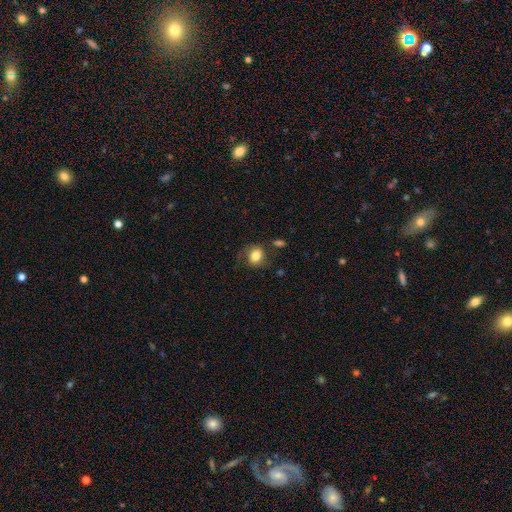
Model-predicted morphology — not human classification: smooth_or_featured: smooth (p=0.77) [alt: featured or disk p=0.15]
how_rounded: round (p=0.56) [alt: in between p=0.43]
merging: none (p=0.64) [alt: minor disturbance p=0.20]